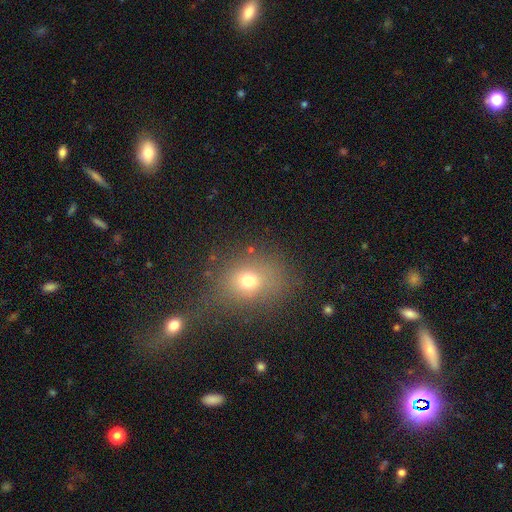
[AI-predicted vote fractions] A smooth galaxy with no disk features (64%) that is round (58%). Merging: none (61%).